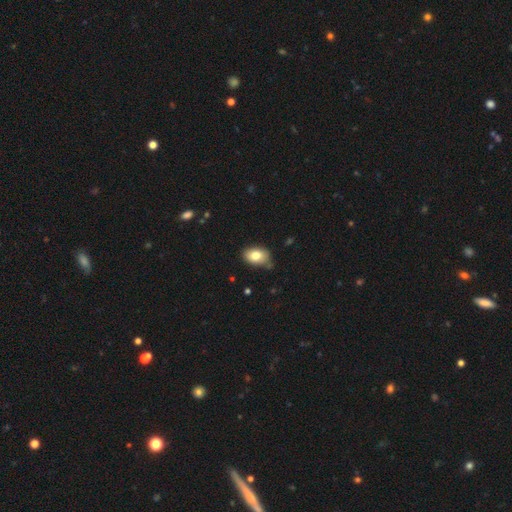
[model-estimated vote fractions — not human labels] smooth 80%, featured or disk 12%, star or artifact 8%. Down the decision tree: how rounded — in between (88%); merging — none (74%).